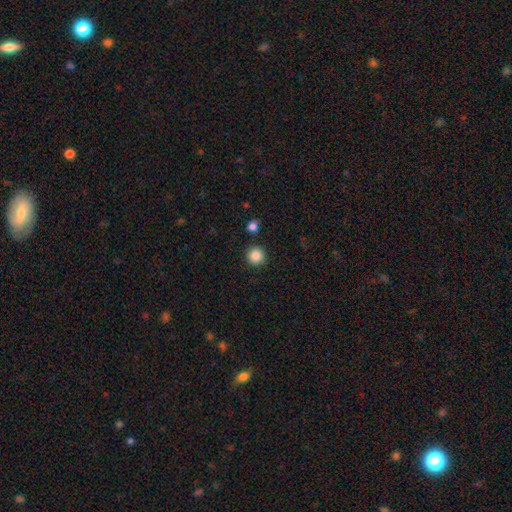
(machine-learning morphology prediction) The model was most divided on "smooth or featured": smooth: 87%, star or artifact: 10%, featured or disk: 3%. More confident: how rounded — round (95%); merging — none (90%).